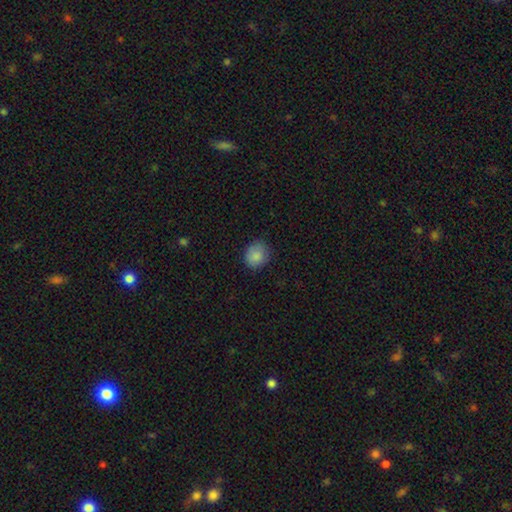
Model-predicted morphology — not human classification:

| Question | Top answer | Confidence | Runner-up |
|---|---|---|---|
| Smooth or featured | smooth | 87% | star or artifact (8%) |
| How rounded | round | 70% | in between (30%) |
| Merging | none | 80% | minor disturbance (16%) |